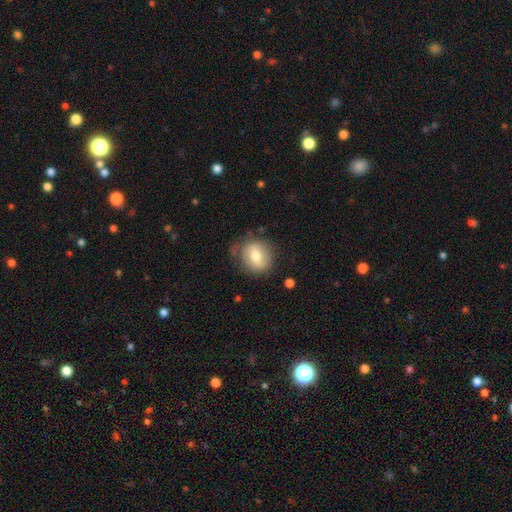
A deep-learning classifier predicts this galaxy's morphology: A smooth galaxy with no disk features (67%) that is round (75%). Merging: none (69%).